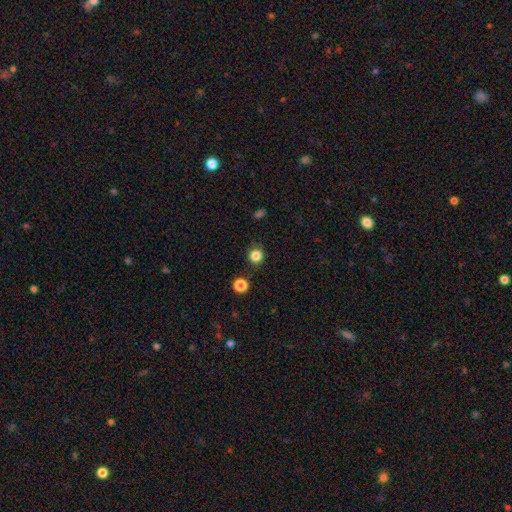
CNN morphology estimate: A smooth galaxy with no disk features (84%) that is round (92%).

Vote fractions:
- Smooth or featured? smooth: 84% / star or artifact: 12% / featured or disk: 4%
- How rounded? round: 92% / in between: 7% / cigar-shaped: 1%
- Merging? none: 87% / minor disturbance: 8% / major disturbance: 3% / merger: 2%